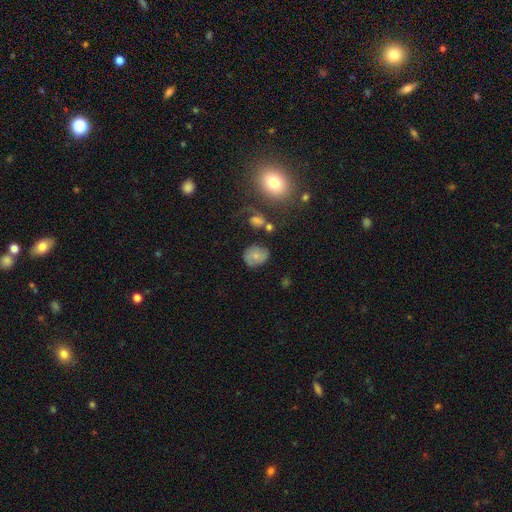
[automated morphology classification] smooth_or_featured: smooth (p=0.64) [alt: featured or disk p=0.24]
how_rounded: round (p=0.55) [alt: in between p=0.44]
merging: none (p=0.68) [alt: minor disturbance p=0.20]